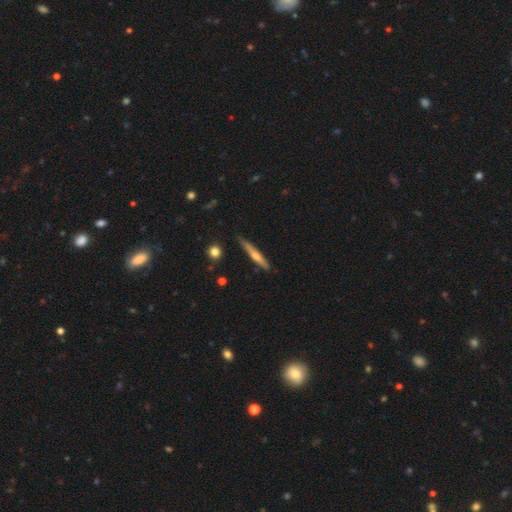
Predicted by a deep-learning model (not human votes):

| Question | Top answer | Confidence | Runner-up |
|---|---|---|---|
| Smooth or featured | featured or disk | 58% | smooth (36%) |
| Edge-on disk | yes | 96% | no (4%) |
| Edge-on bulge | rounded | 75% | none (19%) |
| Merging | none | 86% | minor disturbance (10%) |